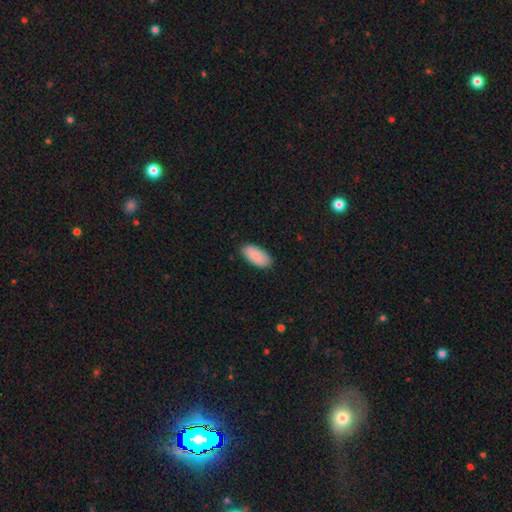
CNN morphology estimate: type=smooth (90%); roundness=in between (91%); merging=none (87%).